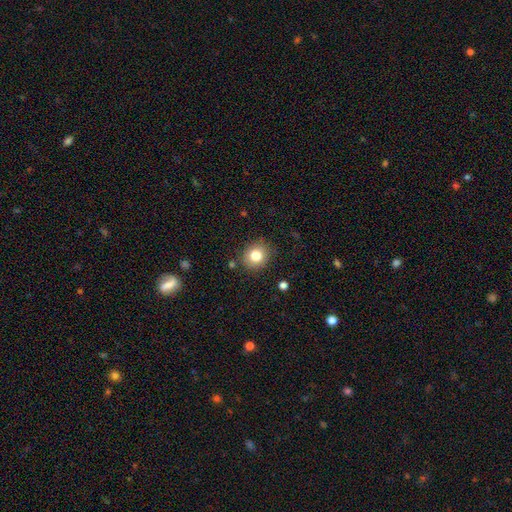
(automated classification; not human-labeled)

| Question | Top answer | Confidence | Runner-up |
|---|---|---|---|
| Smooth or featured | smooth | 80% | star or artifact (11%) |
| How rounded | round | 76% | in between (23%) |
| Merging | none | 86% | minor disturbance (9%) |